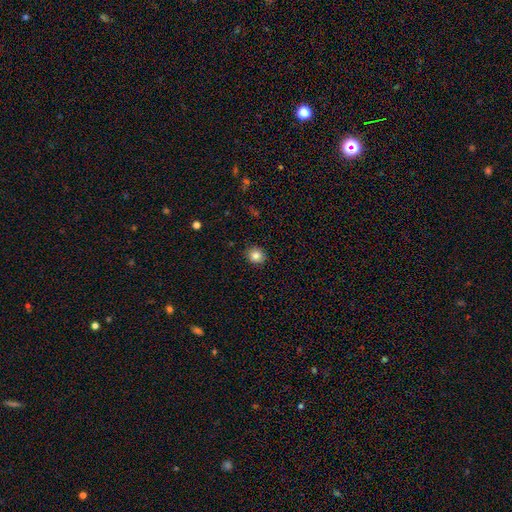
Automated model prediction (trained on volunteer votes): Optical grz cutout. It shows a smooth galaxy with no disk features (84%) that is round (83%). Merging: none (90%).